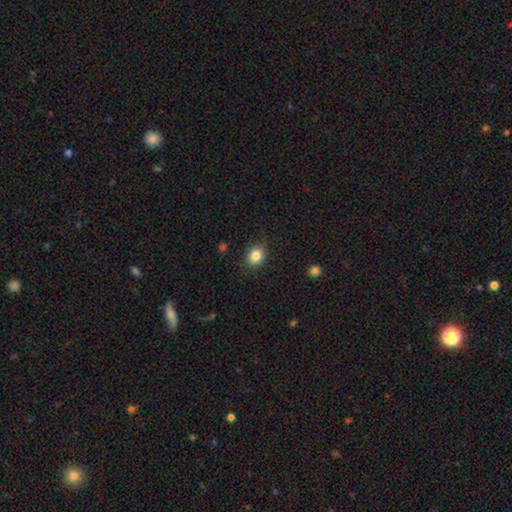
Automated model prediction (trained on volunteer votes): Q: Smooth or featured?
A: smooth (85%); runner-up: star or artifact (10%)
Q: How rounded?
A: round (58%); runner-up: in between (41%)
Q: Merging?
A: none (85%); runner-up: minor disturbance (11%)